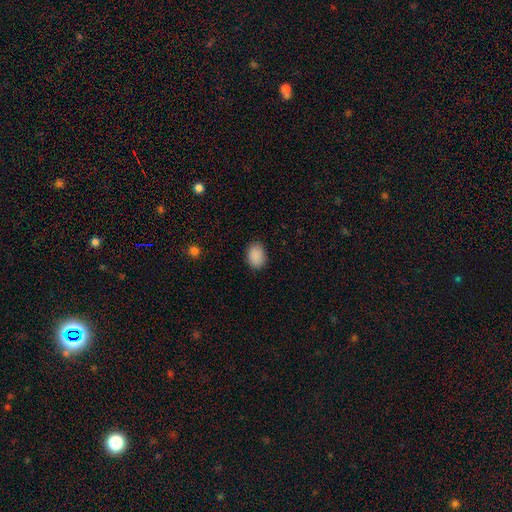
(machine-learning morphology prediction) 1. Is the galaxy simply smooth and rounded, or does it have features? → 90% smooth, 7% star or artifact, 3% featured or disk.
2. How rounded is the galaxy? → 76% in between, 23% round, 1% cigar-shaped.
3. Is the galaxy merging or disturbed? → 87% none, 10% minor disturbance, 2% major disturbance, 1% merger.